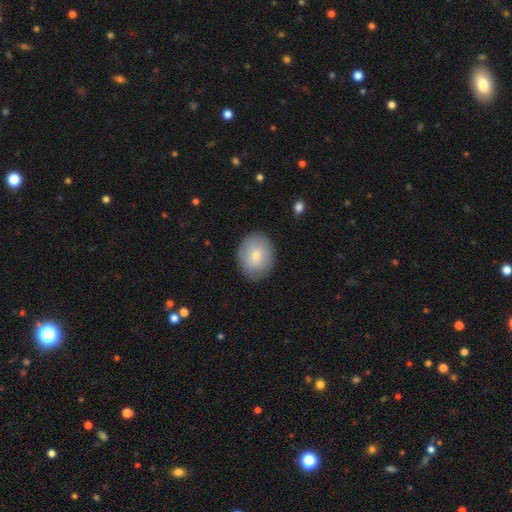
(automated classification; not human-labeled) Smooth or featured?
  - smooth: 76% *
  - featured or disk: 17%
  - star or artifact: 7%
How rounded?
  - round: 57% *
  - in between: 42%
  - cigar-shaped: 1%
Merging?
  - none: 84% *
  - minor disturbance: 12%
  - major disturbance: 3%
  - merger: 1%